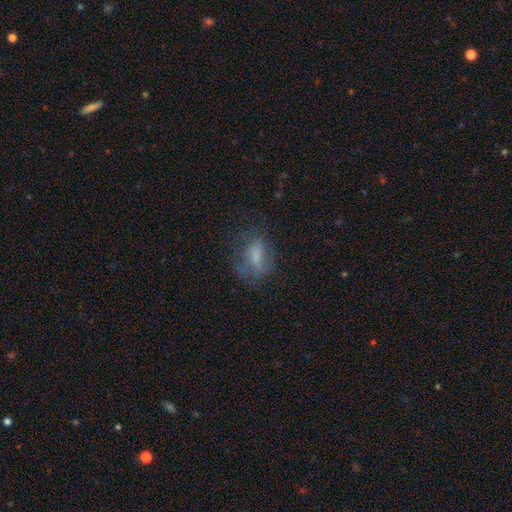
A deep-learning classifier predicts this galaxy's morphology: Smooth or featured?
  - smooth: 56% *
  - featured or disk: 32%
  - star or artifact: 12%
How rounded?
  - in between: 73% *
  - round: 15%
  - cigar-shaped: 12%
Merging?
  - none: 52% *
  - minor disturbance: 23%
  - major disturbance: 23%
  - merger: 2%